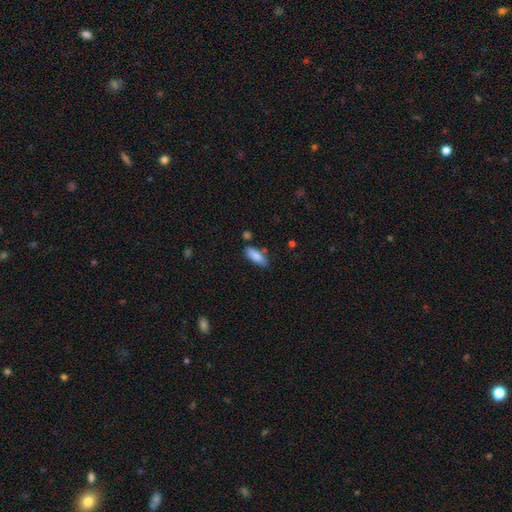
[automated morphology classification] The model was most divided on "how rounded": in between: 70%, cigar-shaped: 28%, round: 2%. More confident: smooth or featured — smooth (87%); merging — none (75%).